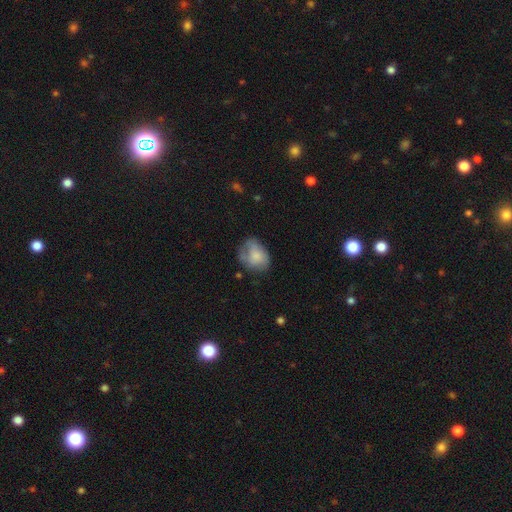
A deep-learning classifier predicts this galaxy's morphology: type=smooth (68%); roundness=in between (58%); merging=none (48%).